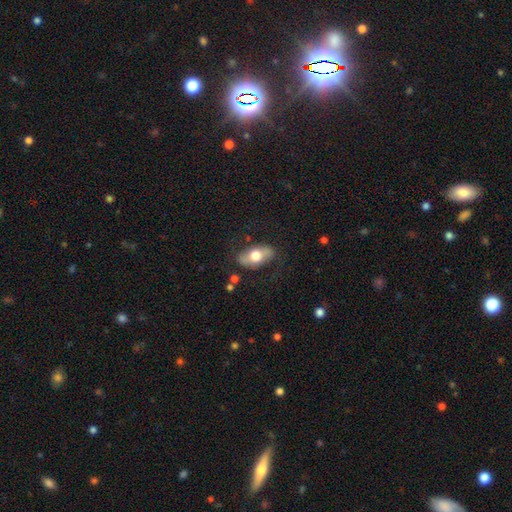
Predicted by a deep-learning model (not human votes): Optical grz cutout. It shows a smooth galaxy with no disk features (58%) that is in between round and cigar-shaped (89%). Merging: none (76%).